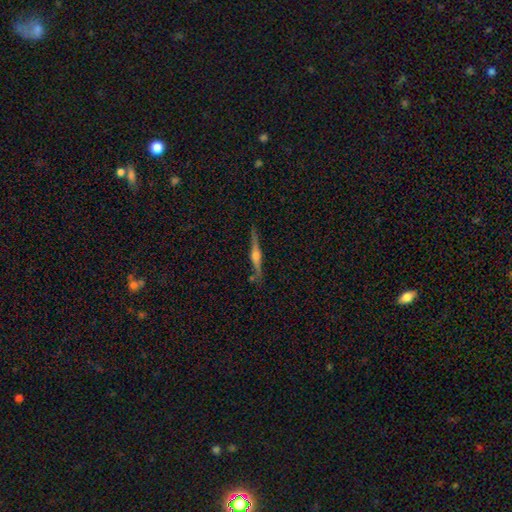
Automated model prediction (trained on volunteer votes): smooth-or-featured: featured or disk: 79% | smooth: 15% | star or artifact: 6%
  disk-edge-on: yes: 98% | no: 2%
    edge-on-bulge: rounded: 90% | boxy: 6% | none: 4%
  merging: none: 87% | minor disturbance: 9% | merger: 2% | major disturbance: 2%